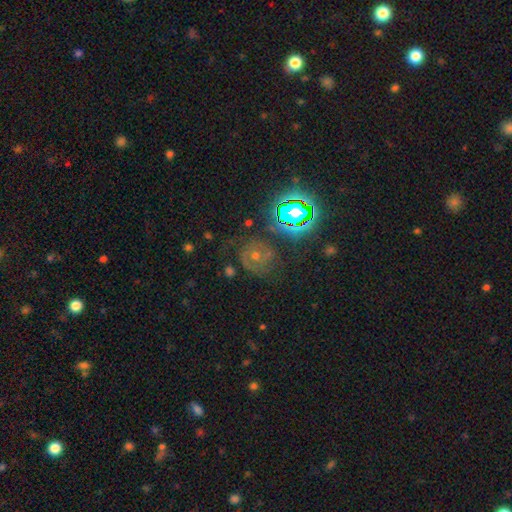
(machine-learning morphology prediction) This is possibly a featured or disk galaxy (52%). It is clearly not viewed edge-on (96%). Bar: likely no (73%). Spiral arm pattern: clearly yes (82%). Central bulge: possibly moderate (50%). Merging: likely none (69%).